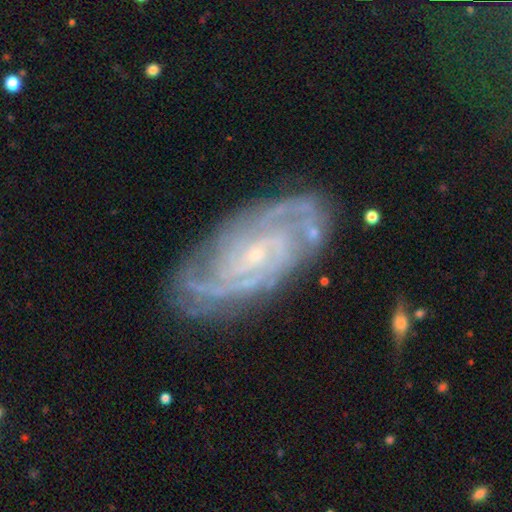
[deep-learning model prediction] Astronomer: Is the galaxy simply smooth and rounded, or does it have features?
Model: featured or disk — 88%.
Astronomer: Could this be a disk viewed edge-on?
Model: no — 95%.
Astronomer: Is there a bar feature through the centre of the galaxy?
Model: no — 53% (runner-up: weak, 38%).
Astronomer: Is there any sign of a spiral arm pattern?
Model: yes — 98%.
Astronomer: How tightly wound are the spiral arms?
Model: tight — 65%.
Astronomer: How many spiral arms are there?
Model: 2 — 29% (runner-up: can't tell, 23%).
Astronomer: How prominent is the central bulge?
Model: small — 79%.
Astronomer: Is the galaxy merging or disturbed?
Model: none — 79%.